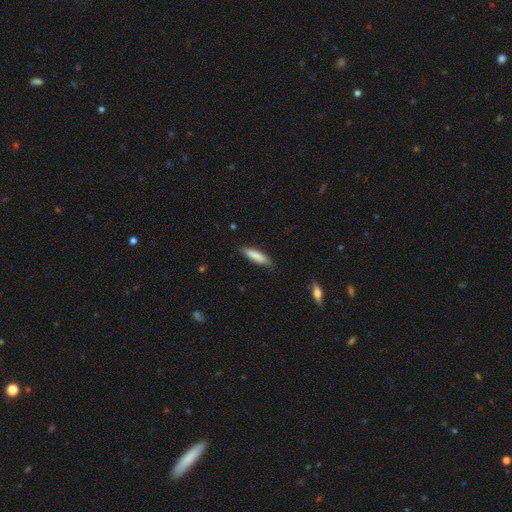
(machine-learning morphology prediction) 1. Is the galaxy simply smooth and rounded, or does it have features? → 83% smooth, 12% featured or disk, 6% star or artifact.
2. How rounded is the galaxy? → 73% cigar-shaped, 26% in between, 1% round.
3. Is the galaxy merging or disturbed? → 82% none, 15% minor disturbance, 2% major disturbance, 1% merger.